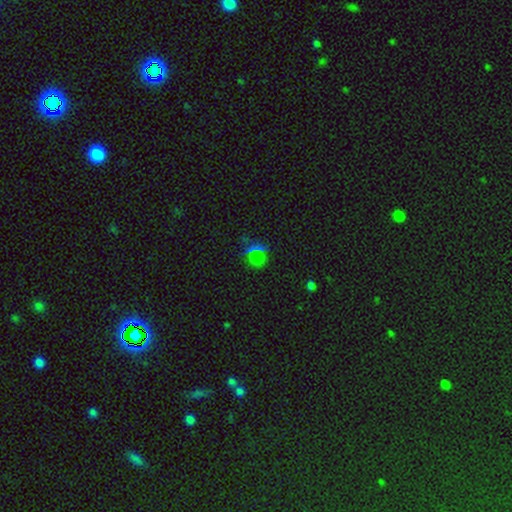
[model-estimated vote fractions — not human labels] This appears to be a smooth galaxy with no disk features (56%) that is round (86%). Merging: none (77%).